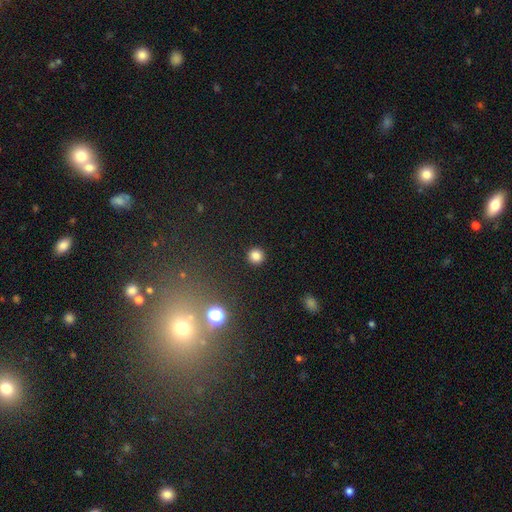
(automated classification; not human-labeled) Smooth or featured?
  - smooth: 82% *
  - star or artifact: 14%
  - featured or disk: 4%
How rounded?
  - round: 95% *
  - in between: 4%
  - cigar-shaped: 1%
Merging?
  - none: 92% *
  - minor disturbance: 5%
  - major disturbance: 2%
  - merger: 1%